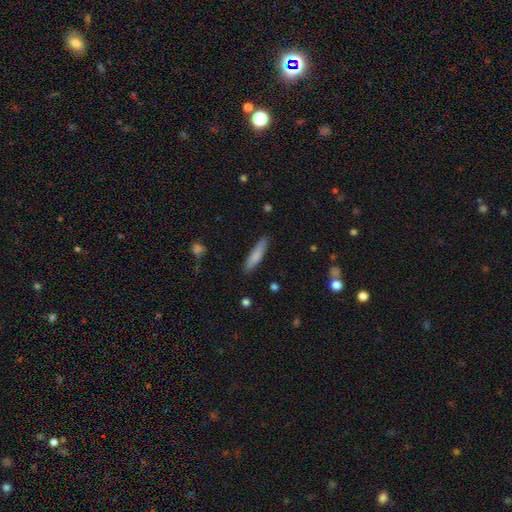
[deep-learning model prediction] smooth 78%, featured or disk 16%, star or artifact 6%. Down the decision tree: how rounded — cigar-shaped (82%); merging — none (86%).